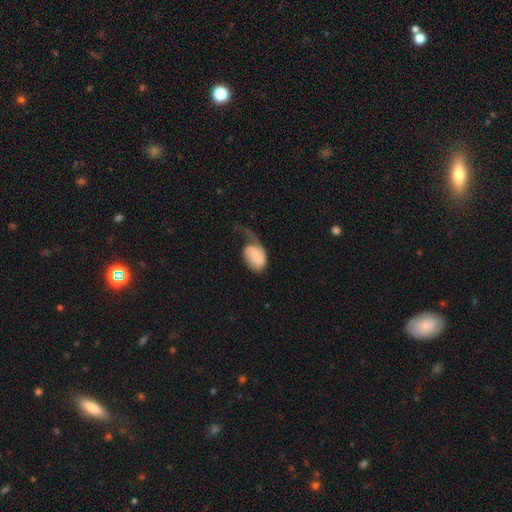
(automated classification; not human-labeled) Smooth or featured: smooth — 54% (featured or disk — 39%)
How rounded: in between — 85% (round — 13%)
Merging: major disturbance — 55% (minor disturbance — 24%)